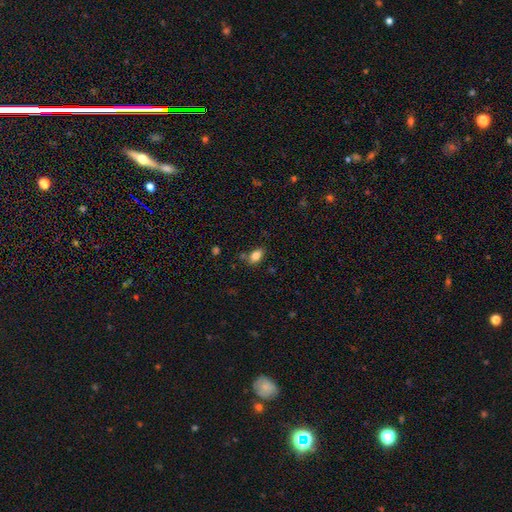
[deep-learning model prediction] Smooth or featured?
  - smooth: 84% *
  - star or artifact: 9%
  - featured or disk: 7%
How rounded?
  - in between: 87% *
  - round: 10%
  - cigar-shaped: 3%
Merging?
  - none: 73% *
  - minor disturbance: 16%
  - merger: 7%
  - major disturbance: 4%